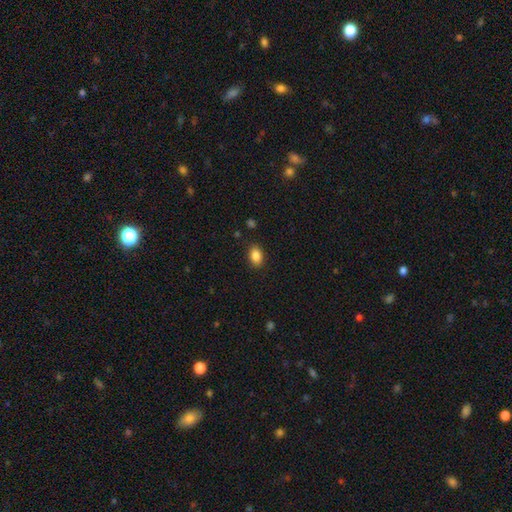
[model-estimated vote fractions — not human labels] This is clearly a smooth galaxy (87%). How rounded: clearly in between (85%). Merging: clearly none (87%).